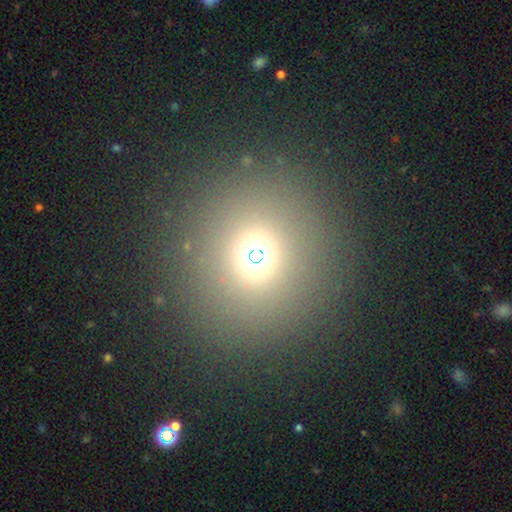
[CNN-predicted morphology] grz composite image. It shows a smooth galaxy with no disk features (65%) that is round (92%). Merging: none (86%).